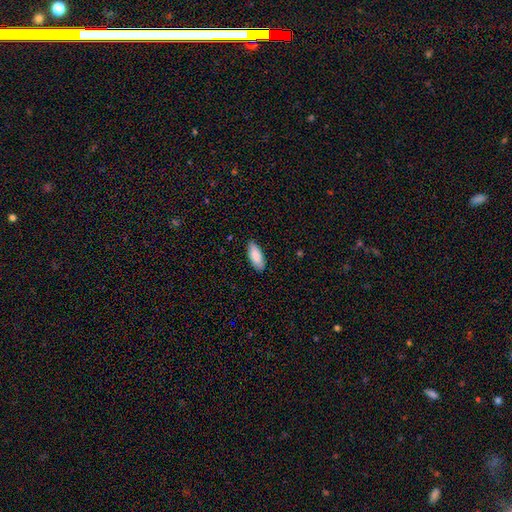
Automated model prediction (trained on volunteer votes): The model was most divided on "how rounded": in between: 81%, cigar-shaped: 18%, round: 2%. More confident: merging — none (88%); smooth or featured — smooth (88%).